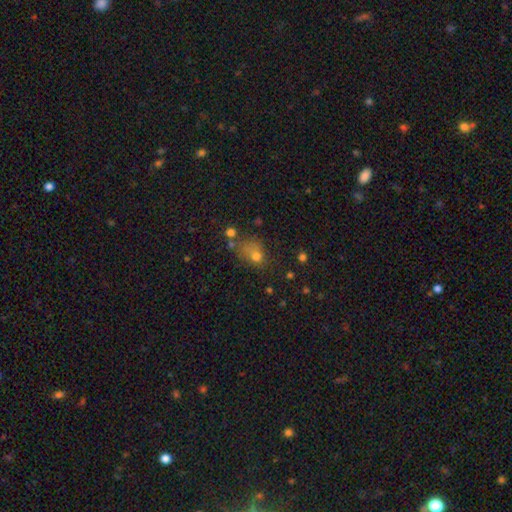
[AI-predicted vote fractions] smooth 63%, star or artifact 24%, featured or disk 14%. Down the decision tree: how rounded — round (52%); merging — none (45%).